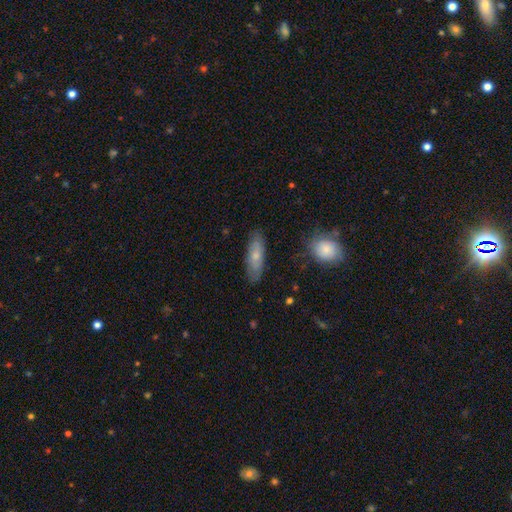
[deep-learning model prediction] smooth 66%, featured or disk 27%, star or artifact 6%. Down the decision tree: how rounded — in between (53%); merging — none (82%).